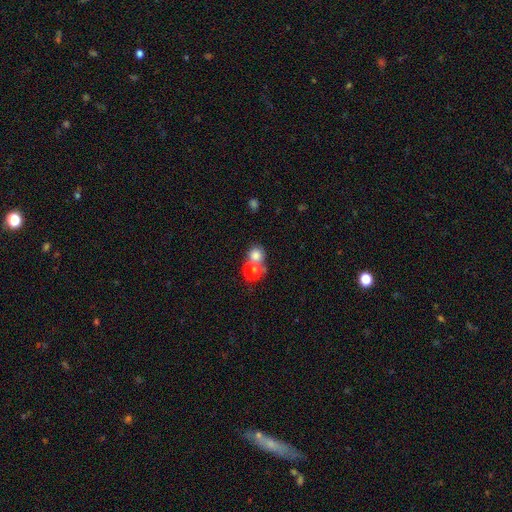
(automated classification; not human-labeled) smooth_or_featured: smooth (p=0.77) [alt: star or artifact p=0.14]
how_rounded: round (p=0.82) [alt: in between p=0.16]
merging: none (p=0.45) [alt: merger p=0.43]